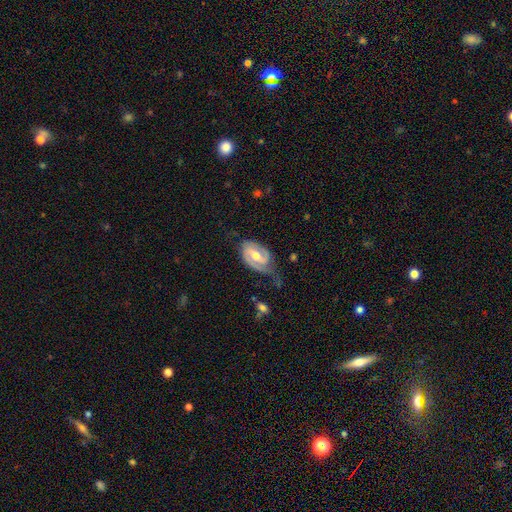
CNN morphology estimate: Smooth or featured? featured or disk (83%)
Edge-on disk? no (96%)
Bar? weak (44%)
Spiral arms? yes (94%)
Spiral winding? medium (44%)
Spiral arm count? 2 (82%)
Bulge size? moderate (69%)
Merging? none (52%)